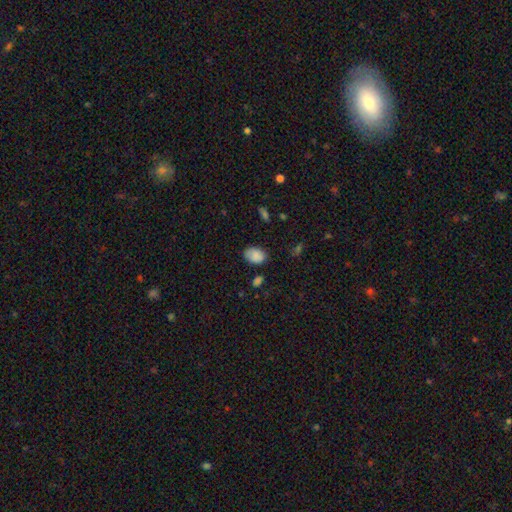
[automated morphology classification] A smooth galaxy with no disk features (86%) that is in between round and cigar-shaped (83%).

Vote fractions:
- Smooth or featured? smooth: 86% / star or artifact: 8% / featured or disk: 6%
- How rounded? in between: 83% / round: 16% / cigar-shaped: 1%
- Merging? none: 76% / minor disturbance: 18% / major disturbance: 4% / merger: 2%